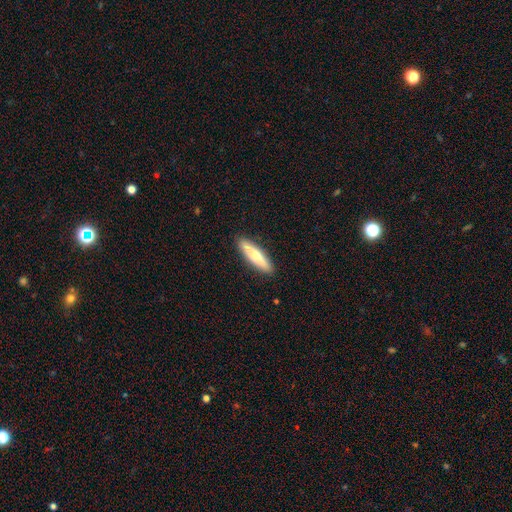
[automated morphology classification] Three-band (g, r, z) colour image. It shows a smooth galaxy with no disk features (59%) that is cigar-shaped (79%). Merging: none (91%).